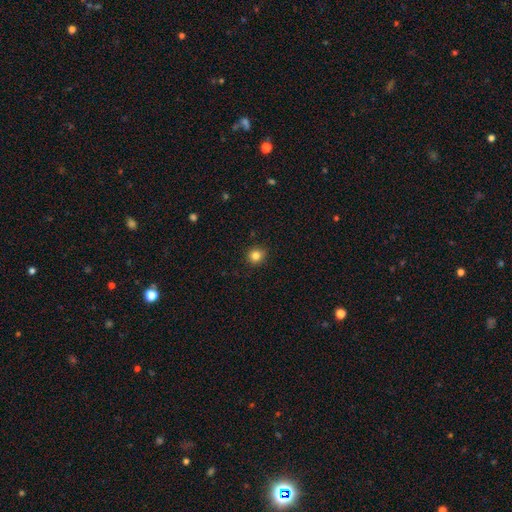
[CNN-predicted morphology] Overall: smooth (83%). How rounded: round (92%). Merging: none (90%).